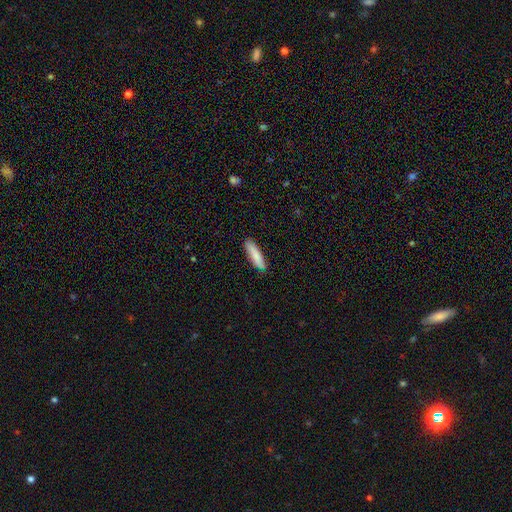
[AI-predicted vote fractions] smooth 83%, featured or disk 11%, star or artifact 6%. Down the decision tree: how rounded — cigar-shaped (71%); merging — none (85%).